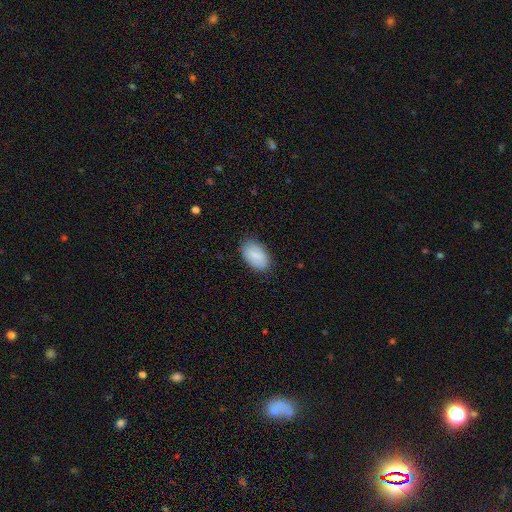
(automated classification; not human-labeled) smooth-or-featured: smooth: 83% | featured or disk: 11% | star or artifact: 6%
  how-rounded: in between: 94% | round: 4% | cigar-shaped: 2%
  merging: none: 83% | minor disturbance: 13% | major disturbance: 3% | merger: 1%